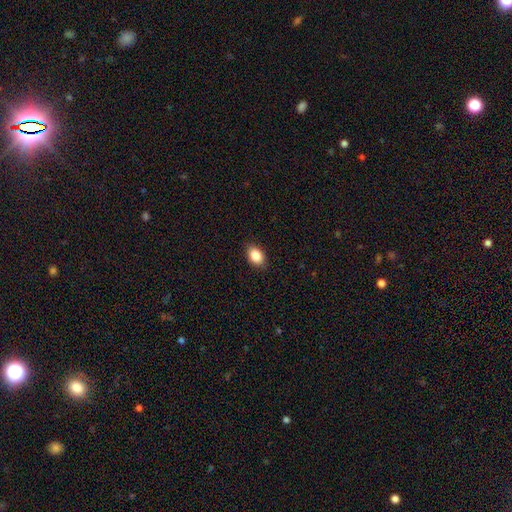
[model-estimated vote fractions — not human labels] Morphology: type=smooth (87%); roundness=in between (83%); merging=none (88%).